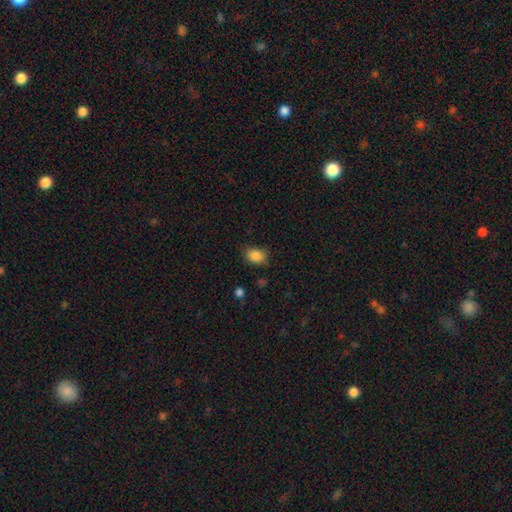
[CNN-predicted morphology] Smooth or featured?
  - smooth: 86% *
  - star or artifact: 9%
  - featured or disk: 4%
How rounded?
  - in between: 69% *
  - round: 30%
  - cigar-shaped: 1%
Merging?
  - none: 78% *
  - minor disturbance: 17%
  - major disturbance: 4%
  - merger: 2%